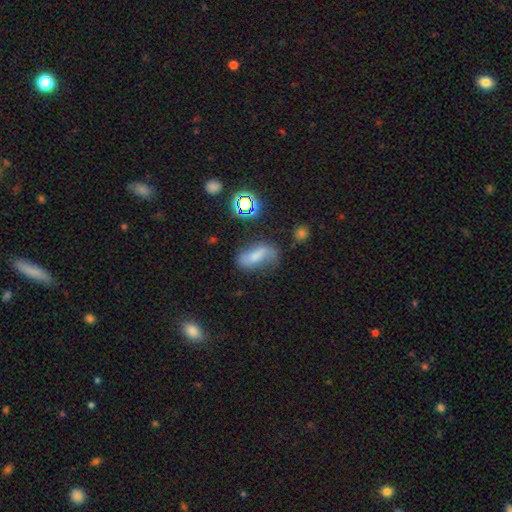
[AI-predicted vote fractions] A smooth galaxy with no disk features (47%). Merging: none (51%).